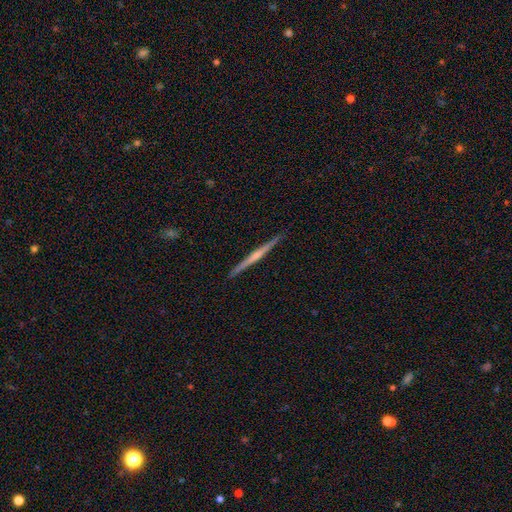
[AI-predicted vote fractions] Q: Smooth or featured?
A: featured or disk (69%); runner-up: smooth (26%)
Q: Edge-on disk?
A: yes (98%); runner-up: no (2%)
Q: Edge-on bulge?
A: rounded (45%); runner-up: none (43%)
Q: Merging?
A: none (91%); runner-up: minor disturbance (6%)